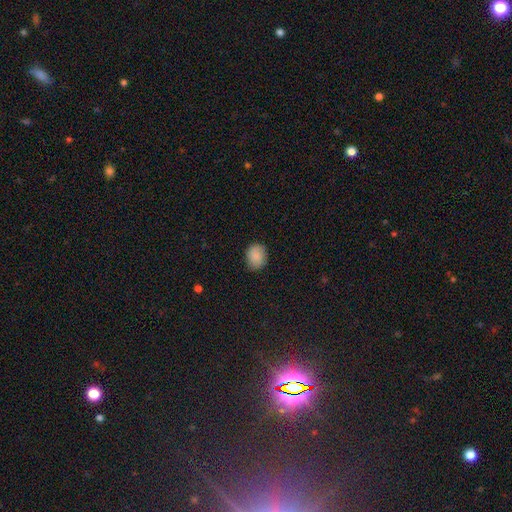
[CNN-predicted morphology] Smooth or featured? smooth (86%)
How rounded? round (58%)
Merging? none (82%)